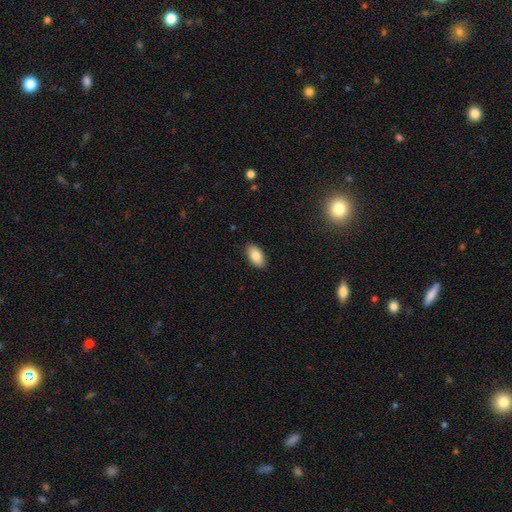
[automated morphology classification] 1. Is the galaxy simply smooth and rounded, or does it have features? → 83% smooth, 10% featured or disk, 7% star or artifact.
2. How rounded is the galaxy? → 93% in between, 4% round, 3% cigar-shaped.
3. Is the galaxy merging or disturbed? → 89% none, 8% minor disturbance, 2% major disturbance, 1% merger.